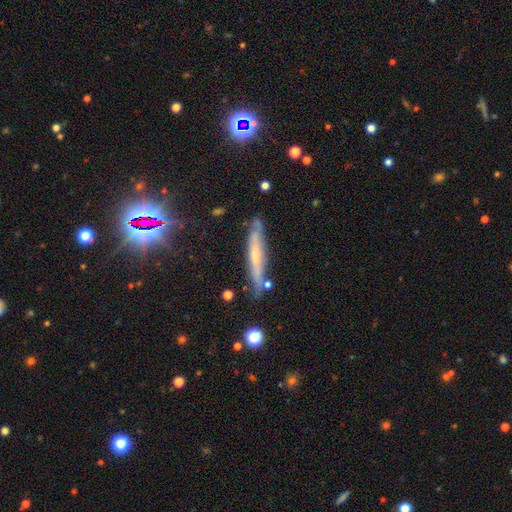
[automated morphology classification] Smooth or featured? featured or disk (56%)
Edge-on disk? yes (83%)
Merging? none (77%)